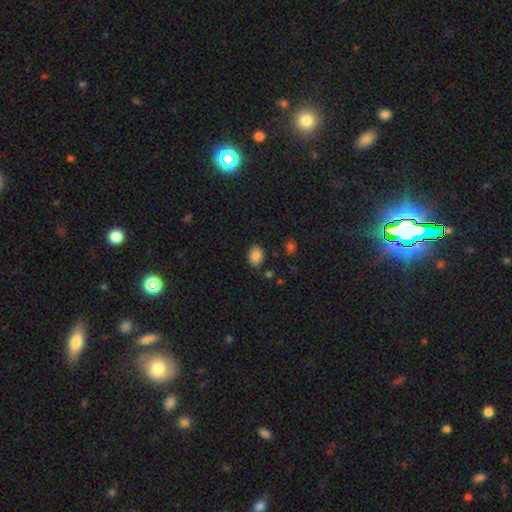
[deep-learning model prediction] A smooth galaxy with no disk features (87%) that is in between round and cigar-shaped (73%). Merging: none (83%).